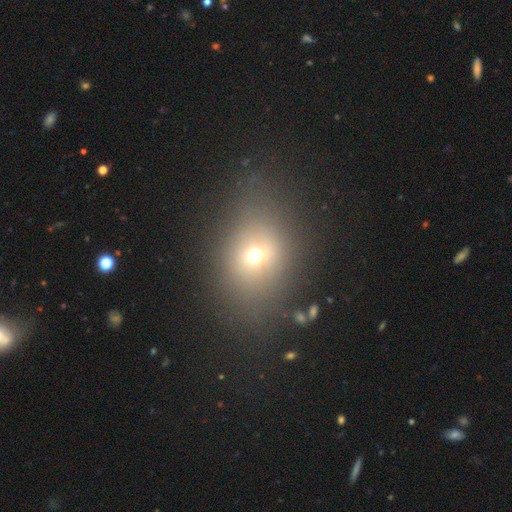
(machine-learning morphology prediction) Smooth or featured: smooth — 62% (star or artifact — 20%)
How rounded: round — 53% (in between — 45%)
Merging: none — 70% (minor disturbance — 15%)